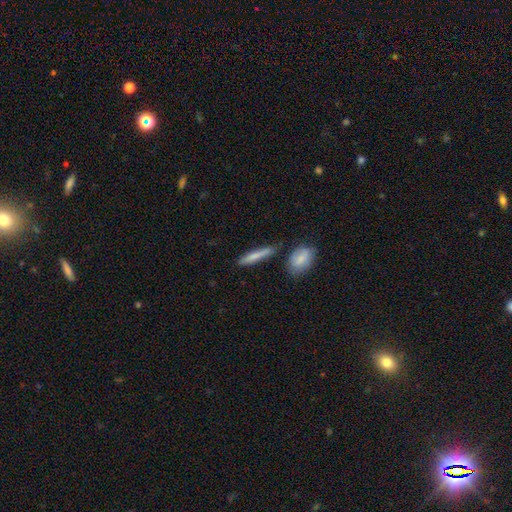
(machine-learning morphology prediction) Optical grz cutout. It shows a smooth galaxy with no disk features (73%) that is cigar-shaped (86%). Merging: none (76%).